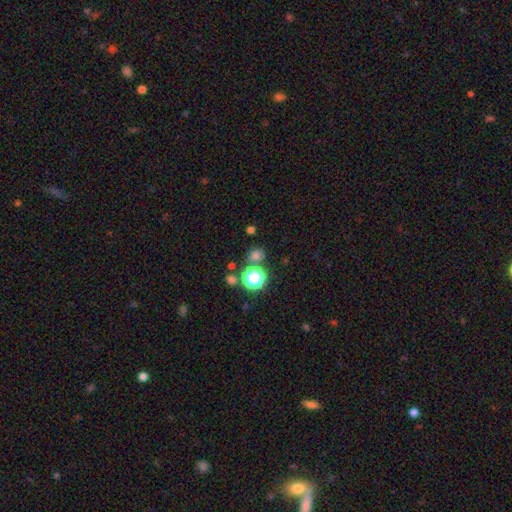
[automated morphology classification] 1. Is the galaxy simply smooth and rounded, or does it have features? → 68% smooth, 26% star or artifact, 6% featured or disk.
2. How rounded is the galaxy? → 82% round, 17% in between, 1% cigar-shaped.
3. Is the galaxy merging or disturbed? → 73% none, 13% merger, 10% minor disturbance, 4% major disturbance.